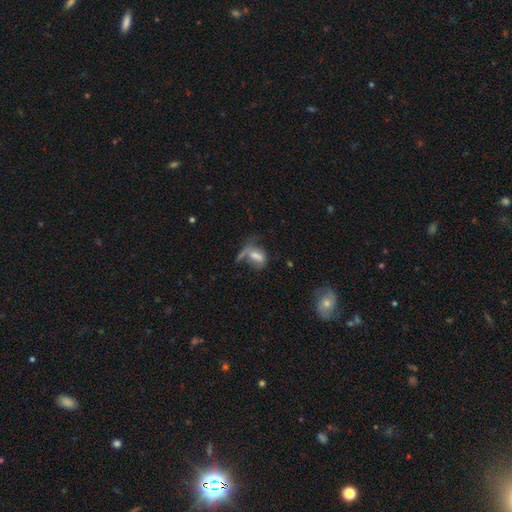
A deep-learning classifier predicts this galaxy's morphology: smooth_or_featured: smooth (p=0.55) [alt: featured or disk p=0.30]
how_rounded: in between (p=0.76) [alt: round p=0.15]
merging: none (p=0.35) [alt: major disturbance p=0.25]